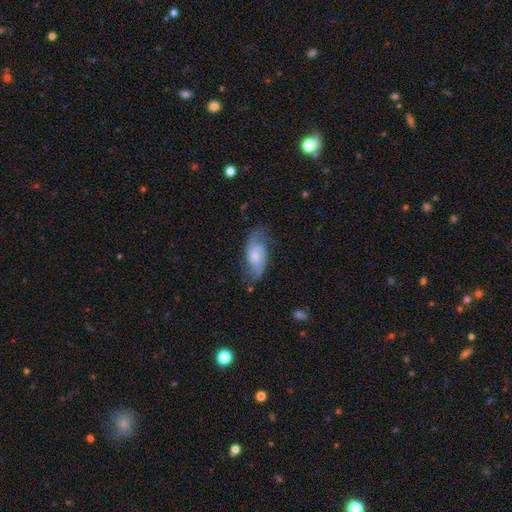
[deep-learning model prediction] A featured or disk galaxy (70%) with no bar (63%), 2 (76%) medium (44%) spiral arms (92%) and a small central bulge (48%).

Vote fractions:
- Smooth or featured? featured or disk: 70% / smooth: 23% / star or artifact: 7%
- Edge-on disk? no: 94% / yes: 6%
- Bar? no: 63% / weak: 32% / strong: 5%
- Spiral arms? yes: 92% / no: 8%
- Spiral winding? medium: 44% / loose: 33% / tight: 22%
- Spiral arm count? 2: 76% / can't tell: 13% / 3: 5% / 1: 3% / 4: 2% / more than 4: 2%
- Bulge size? small: 48% / moderate: 34% / none: 11% / large: 6% / dominant: 2%
- Merging? none: 65% / minor disturbance: 22% / major disturbance: 11% / merger: 2%